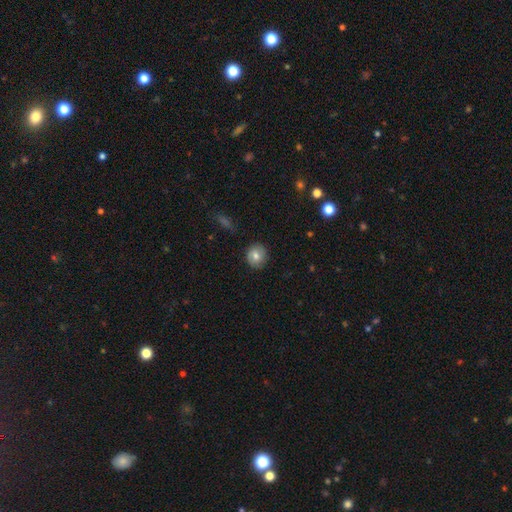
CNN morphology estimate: This appears to be a smooth galaxy with no disk features (73%) that is round (84%). Merging: none (86%).